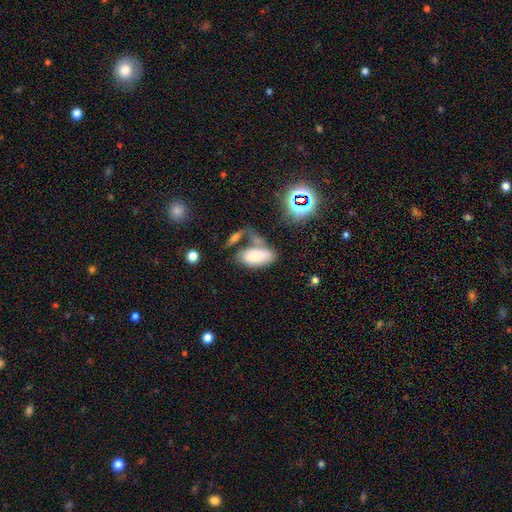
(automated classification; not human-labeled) Smooth or featured? smooth (76%)
How rounded? in between (92%)
Merging? none (44%)